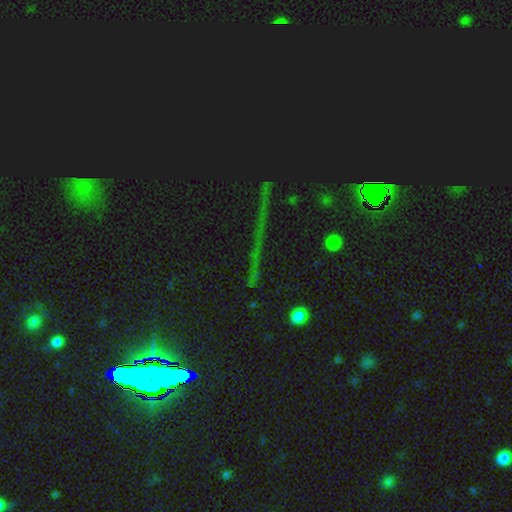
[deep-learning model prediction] star or artifact 78%, smooth 11%, featured or disk 11%.